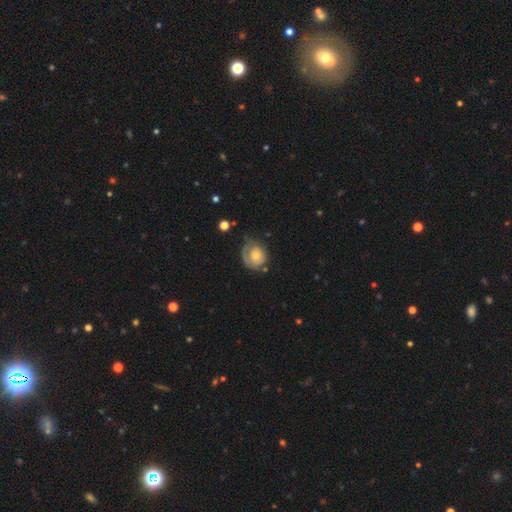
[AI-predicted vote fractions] featured or disk 53%, smooth 40%, star or artifact 7%. Down the decision tree: edge-on disk — no (97%); bar — no (82%); spiral arms — yes (69%); bulge size — small (47%); merging — none (48%).